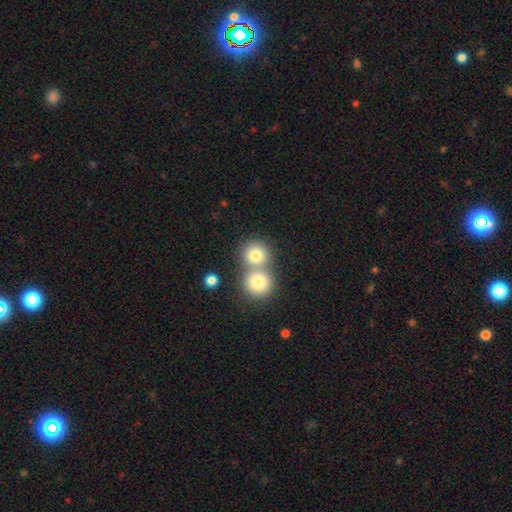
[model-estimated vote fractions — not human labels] Q: Smooth or featured?
A: smooth (79%); runner-up: featured or disk (11%)
Q: How rounded?
A: round (88%); runner-up: in between (11%)
Q: Merging?
A: merger (50%); runner-up: none (43%)